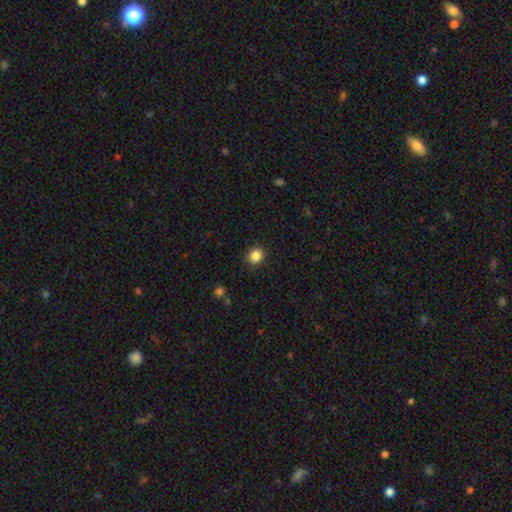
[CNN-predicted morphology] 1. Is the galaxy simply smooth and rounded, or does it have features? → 86% smooth, 11% star or artifact, 4% featured or disk.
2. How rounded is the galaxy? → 81% round, 18% in between, 1% cigar-shaped.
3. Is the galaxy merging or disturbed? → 90% none, 7% minor disturbance, 2% major disturbance, 1% merger.